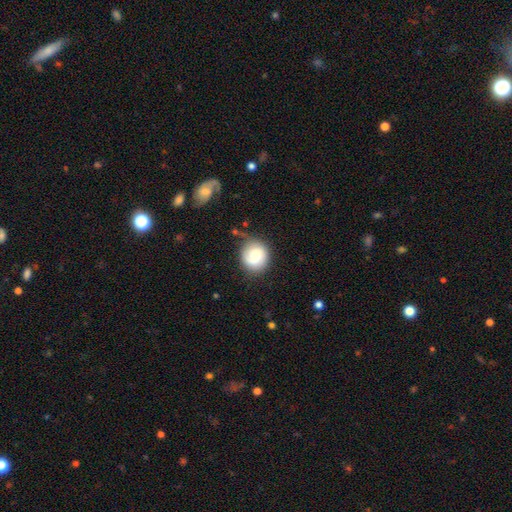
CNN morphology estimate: smooth-or-featured: smooth: 72% | featured or disk: 20% | star or artifact: 8%
  how-rounded: round: 85% | in between: 14% | cigar-shaped: 1%
  merging: none: 66% | minor disturbance: 23% | major disturbance: 7% | merger: 4%